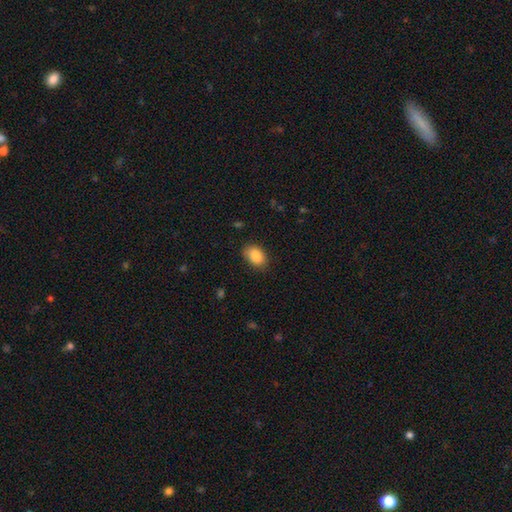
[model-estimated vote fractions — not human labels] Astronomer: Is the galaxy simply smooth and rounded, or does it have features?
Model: smooth — 88%.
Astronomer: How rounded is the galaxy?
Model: in between — 84%.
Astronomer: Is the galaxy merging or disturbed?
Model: none — 81%.